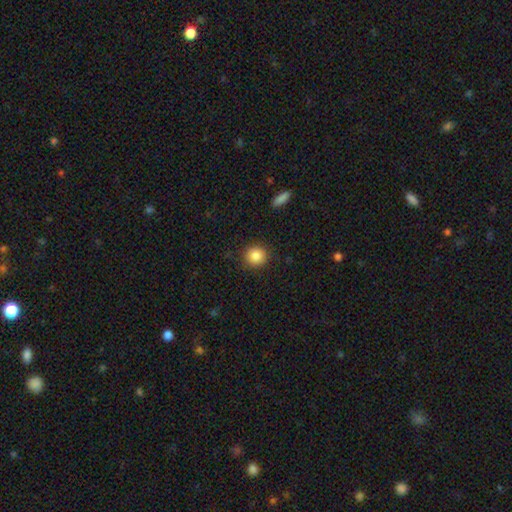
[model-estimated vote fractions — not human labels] Morphology: type=smooth (86%); roundness=round (90%); merging=none (90%).